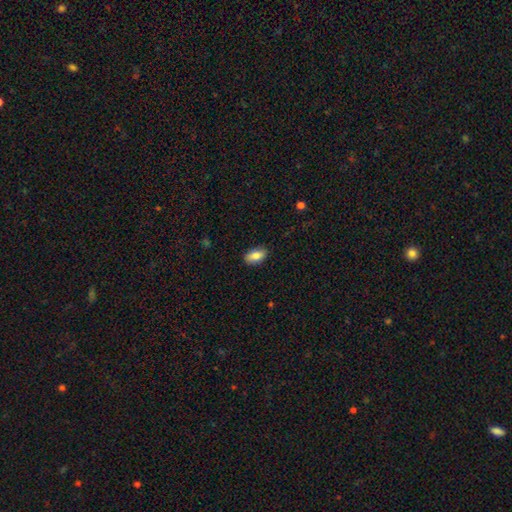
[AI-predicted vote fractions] smooth 83%, featured or disk 10%, star or artifact 7%. Down the decision tree: how rounded — in between (91%); merging — none (86%).